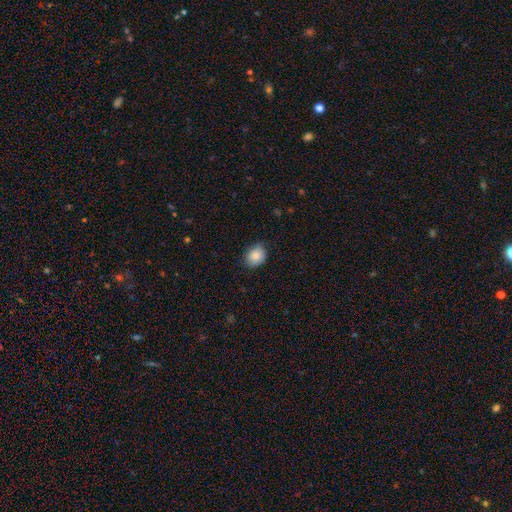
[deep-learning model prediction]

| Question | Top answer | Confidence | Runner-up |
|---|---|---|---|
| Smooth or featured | smooth | 85% | star or artifact (8%) |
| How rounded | round | 50% | in between (49%) |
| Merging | none | 77% | minor disturbance (19%) |